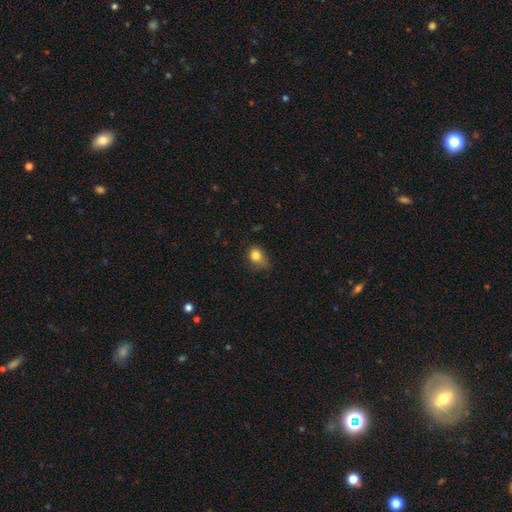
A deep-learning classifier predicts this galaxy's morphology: type=smooth (81%); roundness=round (50%); merging=none (46%).